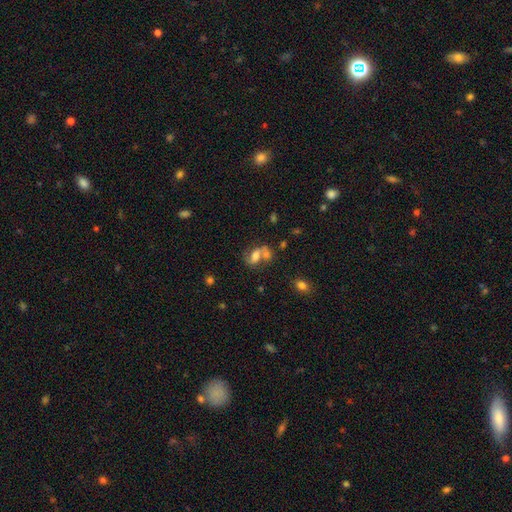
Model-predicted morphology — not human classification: Overall: featured or disk (51%; smooth 38%). Edge-on disk: no (95%). Merging: merger (45%; none 33%).